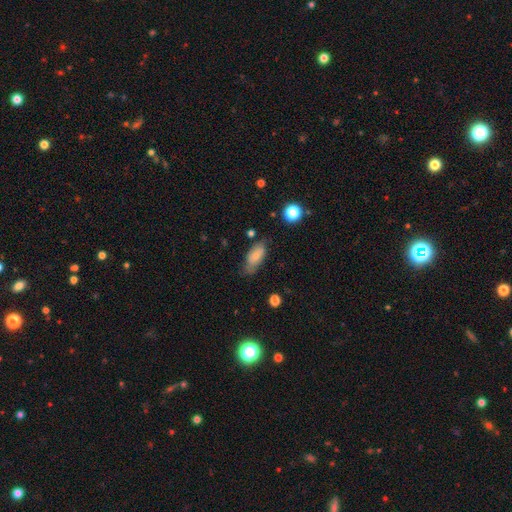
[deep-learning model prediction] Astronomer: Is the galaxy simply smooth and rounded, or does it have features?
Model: smooth — 75%.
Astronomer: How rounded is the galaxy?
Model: in between — 87%.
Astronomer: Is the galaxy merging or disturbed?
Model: none — 59%.